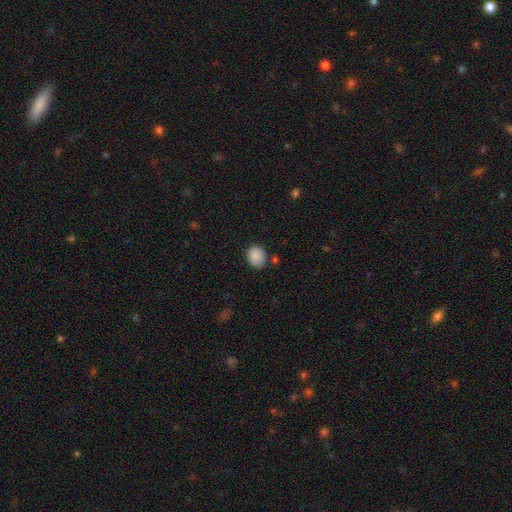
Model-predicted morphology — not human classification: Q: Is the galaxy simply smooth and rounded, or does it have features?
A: smooth — 88%.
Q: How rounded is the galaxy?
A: round — 58%.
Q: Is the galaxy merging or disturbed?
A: none — 76%.